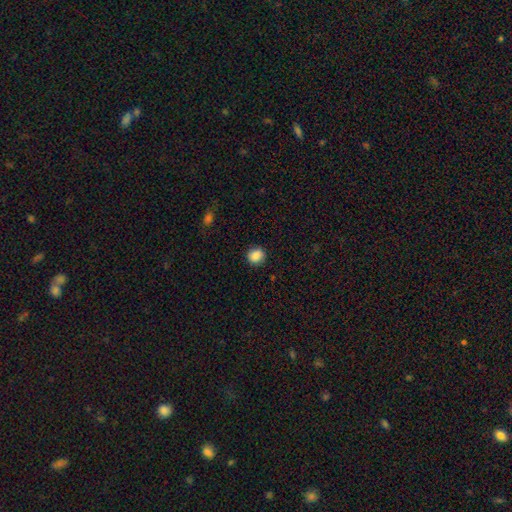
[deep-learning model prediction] A smooth galaxy with no disk features (87%) that is round (81%). Merging: none (88%).